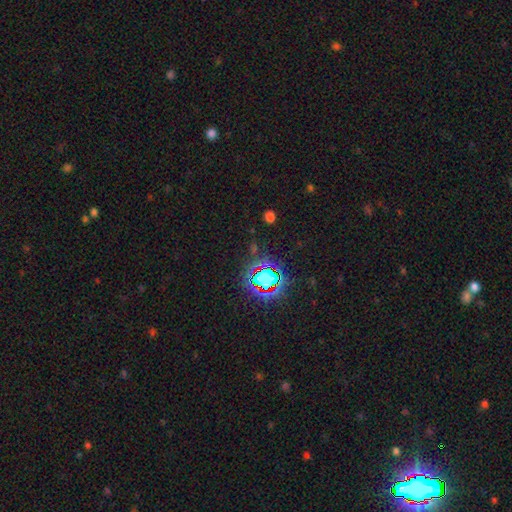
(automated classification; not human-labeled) A star or artifact, not a galaxy (81%).

Vote fractions:
- Smooth or featured? star or artifact: 81% / smooth: 11% / featured or disk: 8%